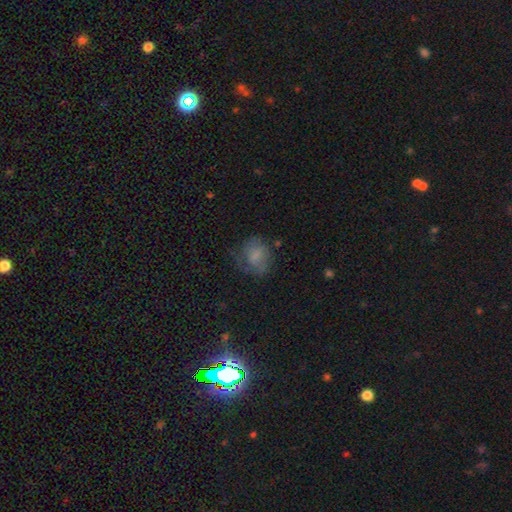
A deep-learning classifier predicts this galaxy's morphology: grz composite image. It shows a smooth galaxy with no disk features (64%) that is round (56%). Merging: none (54%).